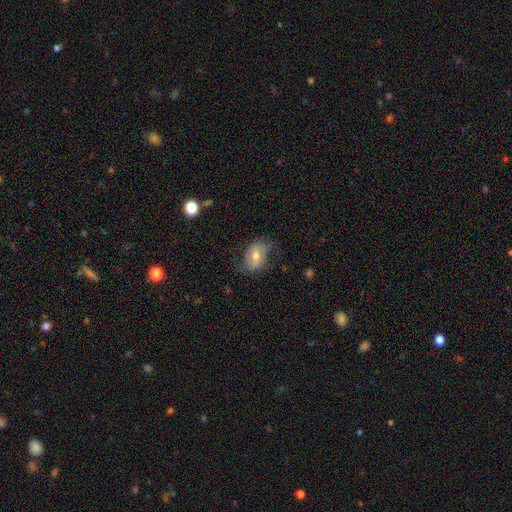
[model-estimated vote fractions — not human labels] Morphology: type=smooth (52%); roundness=in between (84%); merging=none (60%).